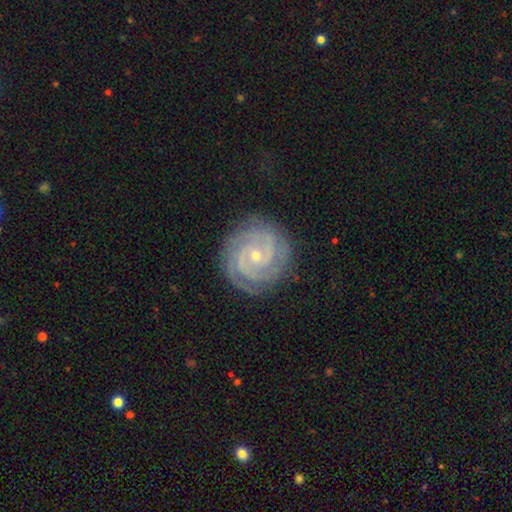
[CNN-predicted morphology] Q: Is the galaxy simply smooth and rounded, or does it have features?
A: featured or disk — 91%.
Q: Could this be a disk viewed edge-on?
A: no — 98%.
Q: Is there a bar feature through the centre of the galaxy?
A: no — 64%.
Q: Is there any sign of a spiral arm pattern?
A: yes — 98%.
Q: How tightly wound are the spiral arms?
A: tight — 80%.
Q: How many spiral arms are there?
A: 2 — 46%.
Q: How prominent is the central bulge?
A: small — 75%.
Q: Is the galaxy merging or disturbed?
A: none — 84%.